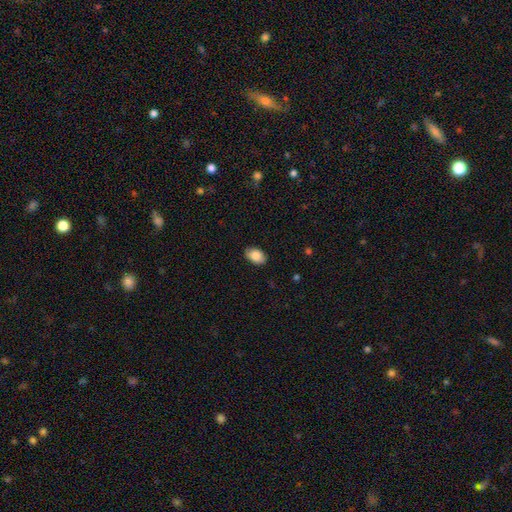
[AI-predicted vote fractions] Overall: smooth (86%). How rounded: in between (88%). Merging: none (83%).